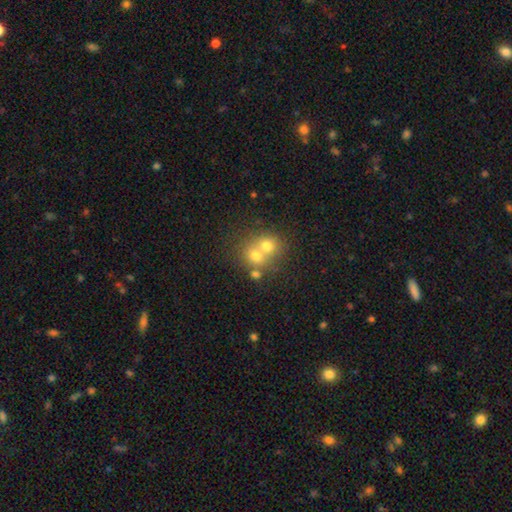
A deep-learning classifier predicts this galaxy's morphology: smooth_or_featured: smooth (p=0.68) [alt: featured or disk p=0.19]
how_rounded: round (p=0.76) [alt: in between p=0.23]
merging: merger (p=0.62) [alt: none p=0.29]